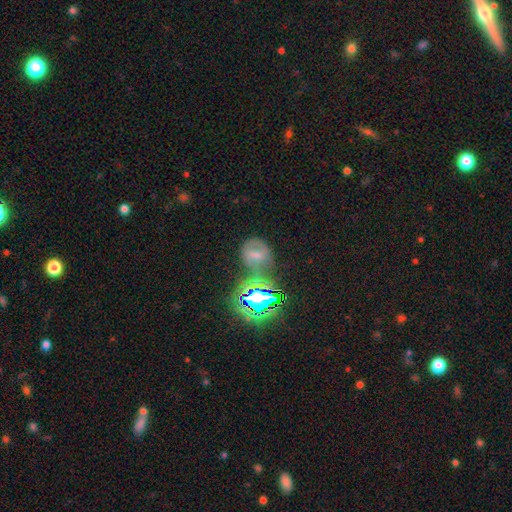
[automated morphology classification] A star or artifact, not a galaxy (53%).

Vote fractions:
- Smooth or featured? star or artifact: 53% / featured or disk: 28% / smooth: 19%